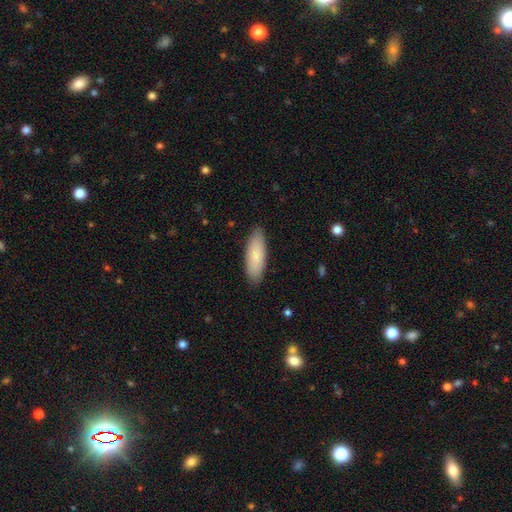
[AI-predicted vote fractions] A smooth galaxy with no disk features (77%) that is in between round and cigar-shaped (62%). Merging: none (87%).